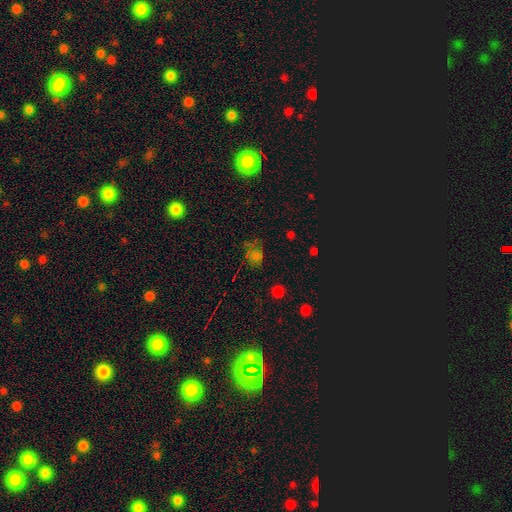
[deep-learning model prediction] Smooth or featured?
  - smooth: 55% *
  - star or artifact: 34%
  - featured or disk: 11%
How rounded?
  - round: 63% *
  - in between: 35%
  - cigar-shaped: 2%
Merging?
  - none: 55% *
  - minor disturbance: 24%
  - major disturbance: 16%
  - merger: 5%